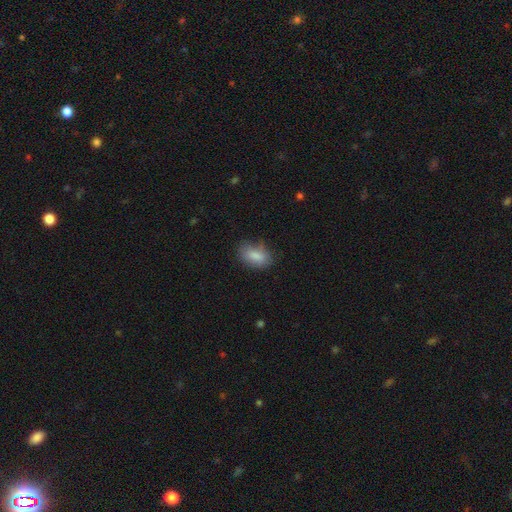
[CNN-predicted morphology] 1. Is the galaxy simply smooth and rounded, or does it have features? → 84% smooth, 8% featured or disk, 8% star or artifact.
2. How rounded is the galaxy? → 89% in between, 7% round, 4% cigar-shaped.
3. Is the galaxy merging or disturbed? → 68% none, 24% minor disturbance, 6% major disturbance, 2% merger.